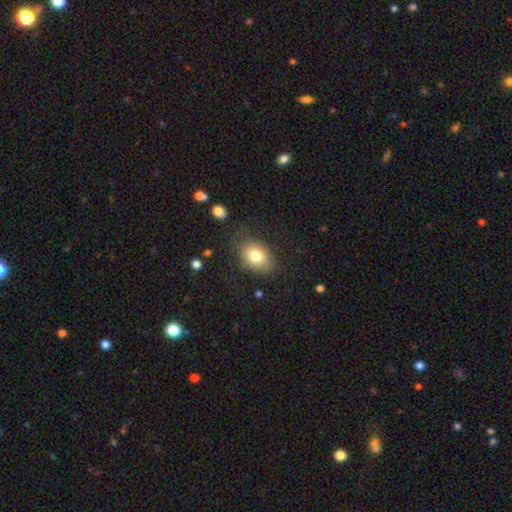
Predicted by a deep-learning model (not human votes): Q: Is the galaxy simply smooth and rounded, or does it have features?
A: smooth — 78%.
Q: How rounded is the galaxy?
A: in between — 72%.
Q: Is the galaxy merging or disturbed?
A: none — 72%.